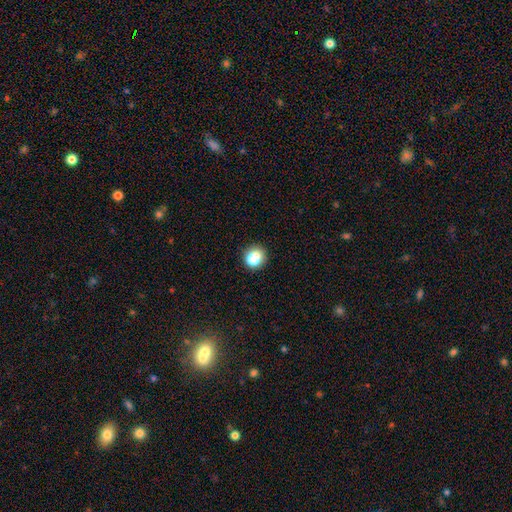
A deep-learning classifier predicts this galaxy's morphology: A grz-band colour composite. It shows a smooth galaxy with no disk features (76%) that is round (74%). Merging: none (68%).